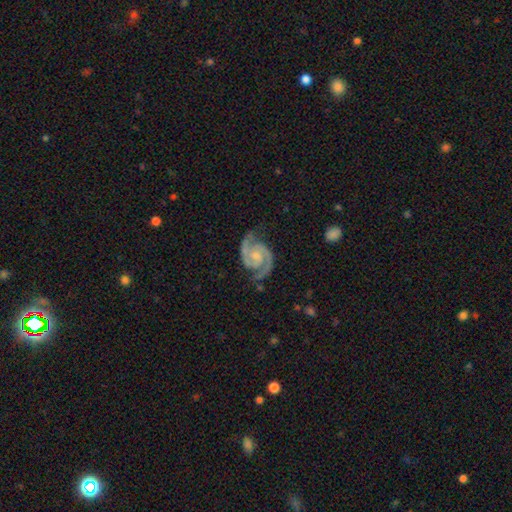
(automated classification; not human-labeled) Smooth or featured? featured or disk (94%)
Edge-on disk? no (98%)
Bar? no (64%)
Spiral arms? yes (99%)
Spiral winding? medium (53%)
Spiral arm count? 2 (93%)
Bulge size? small (55%)
Merging? none (78%)